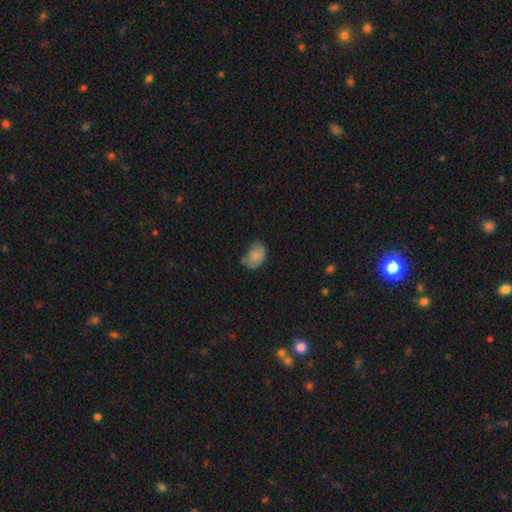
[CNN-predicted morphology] Smooth or featured? smooth (79%)
How rounded? in between (81%)
Merging? none (45%)